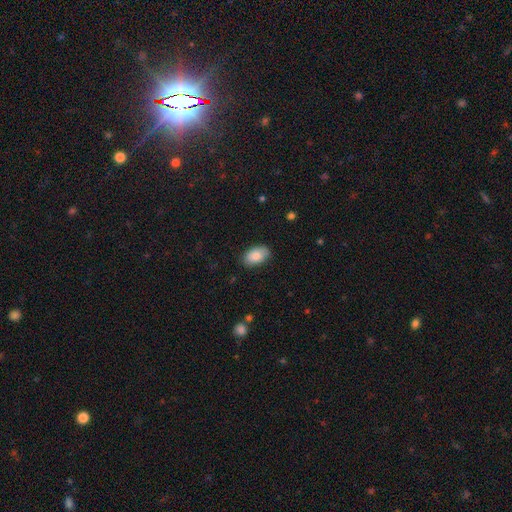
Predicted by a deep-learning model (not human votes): smooth_or_featured: smooth (p=0.87) [alt: featured or disk p=0.07]
how_rounded: in between (p=0.93) [alt: round p=0.05]
merging: none (p=0.83) [alt: minor disturbance p=0.13]